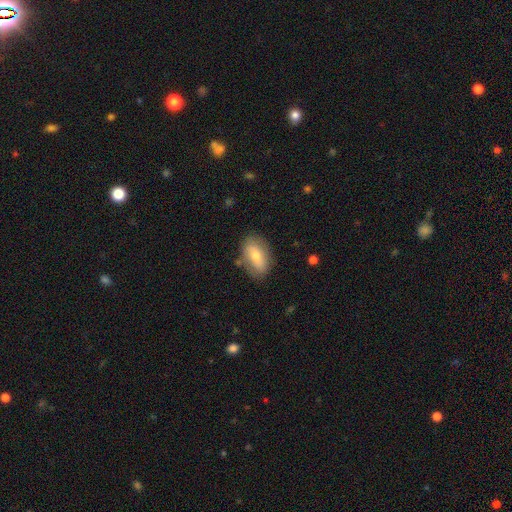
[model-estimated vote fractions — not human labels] smooth 63%, featured or disk 30%, star or artifact 7%. Down the decision tree: how rounded — in between (88%); merging — none (78%).